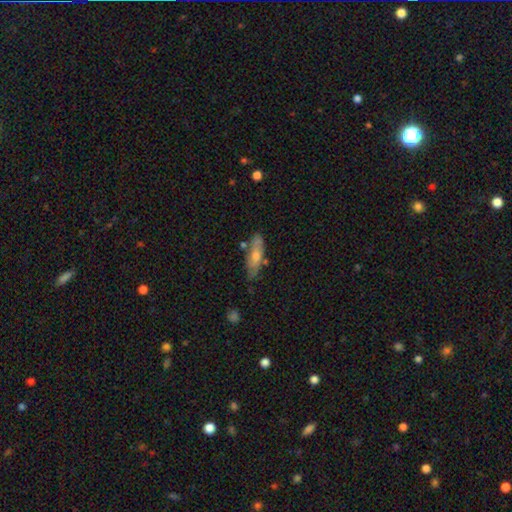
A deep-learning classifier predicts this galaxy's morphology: A smooth galaxy with no disk features (53%) that is cigar-shaped (52%).

Vote fractions:
- Smooth or featured? smooth: 53% / featured or disk: 40% / star or artifact: 7%
- How rounded? cigar-shaped: 52% / in between: 46% / round: 3%
- Merging? none: 71% / minor disturbance: 19% / merger: 6% / major disturbance: 4%